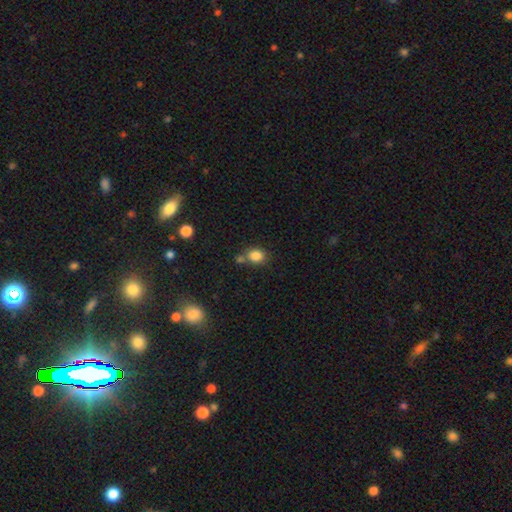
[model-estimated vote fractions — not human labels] smooth 84%, star or artifact 11%, featured or disk 6%. Down the decision tree: how rounded — round (59%); merging — none (58%).